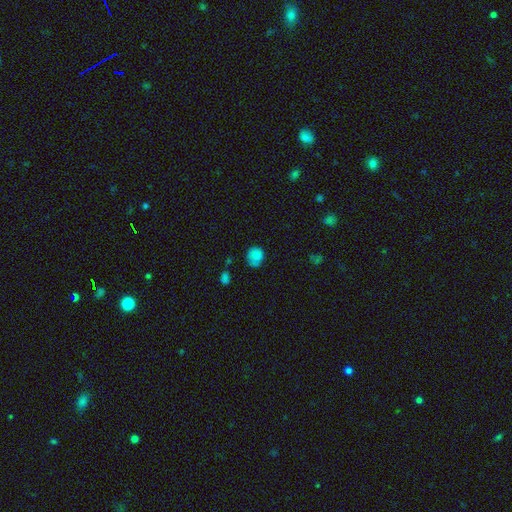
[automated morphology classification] Q: Smooth or featured?
A: smooth (82%); runner-up: star or artifact (10%)
Q: How rounded?
A: round (75%); runner-up: in between (25%)
Q: Merging?
A: none (56%); runner-up: minor disturbance (30%)